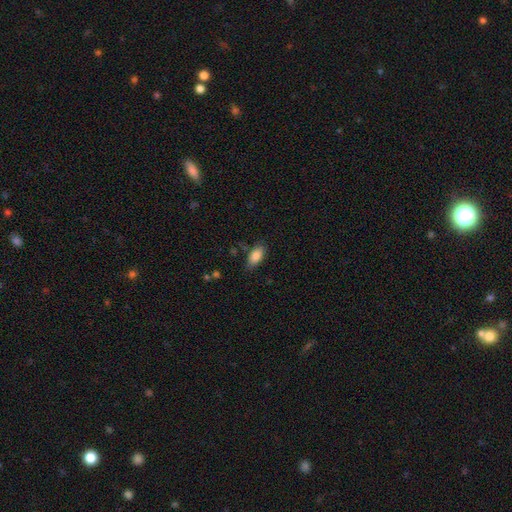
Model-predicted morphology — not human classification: Overall: smooth (85%). How rounded: in between (88%). Merging: none (80%).